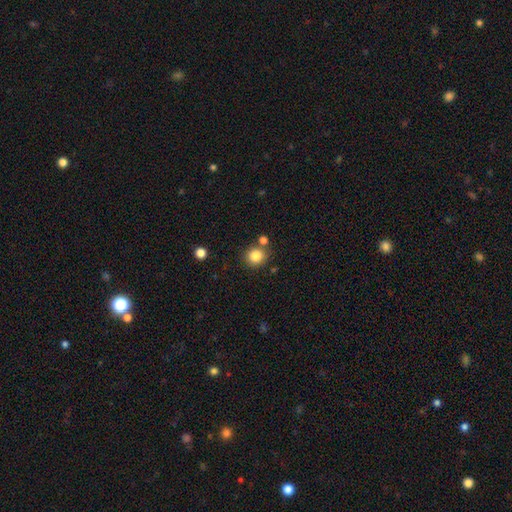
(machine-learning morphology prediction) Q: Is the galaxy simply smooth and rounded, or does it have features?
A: smooth — 84%.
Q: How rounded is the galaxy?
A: round — 89%.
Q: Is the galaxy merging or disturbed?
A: none — 77%.